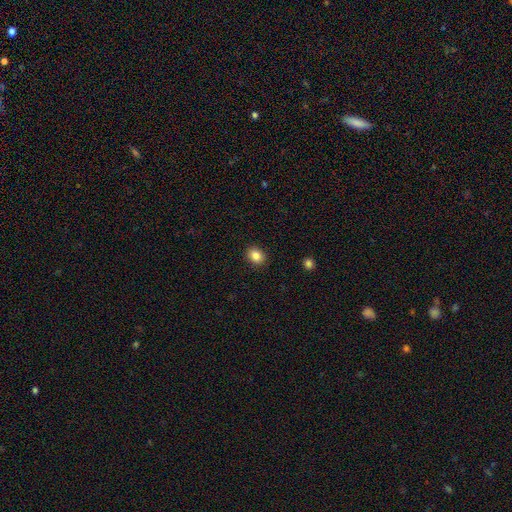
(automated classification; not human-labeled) The model was most divided on "how rounded": in between: 50%, round: 49%, cigar-shaped: 1%. More confident: merging — none (90%); smooth or featured — smooth (86%).